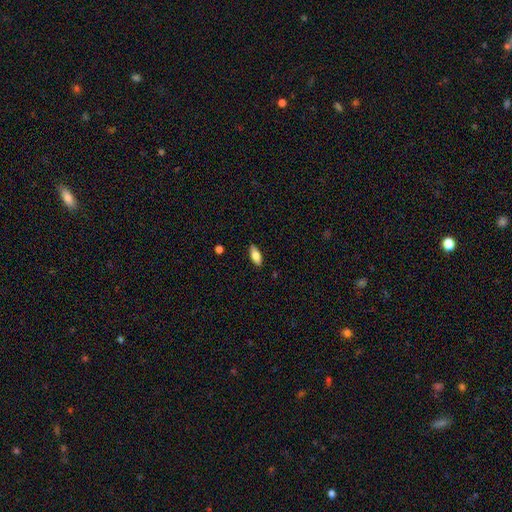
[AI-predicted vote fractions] Q: Smooth or featured?
A: smooth (77%); runner-up: featured or disk (16%)
Q: How rounded?
A: in between (82%); runner-up: cigar-shaped (15%)
Q: Merging?
A: none (87%); runner-up: minor disturbance (10%)